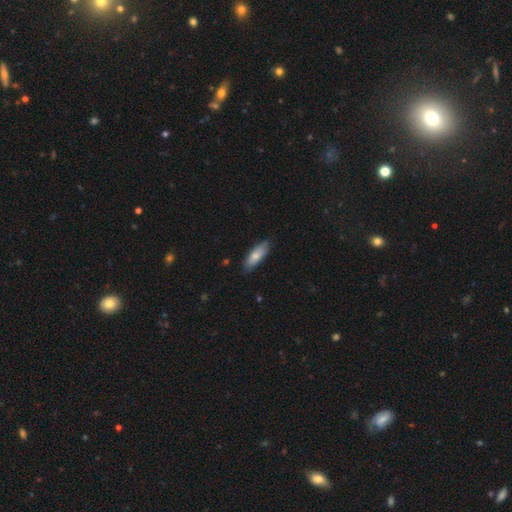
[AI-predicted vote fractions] smooth-or-featured: smooth: 75% | featured or disk: 19% | star or artifact: 5%
  how-rounded: in between: 66% | cigar-shaped: 33% | round: 2%
  merging: none: 79% | minor disturbance: 17% | major disturbance: 2% | merger: 1%